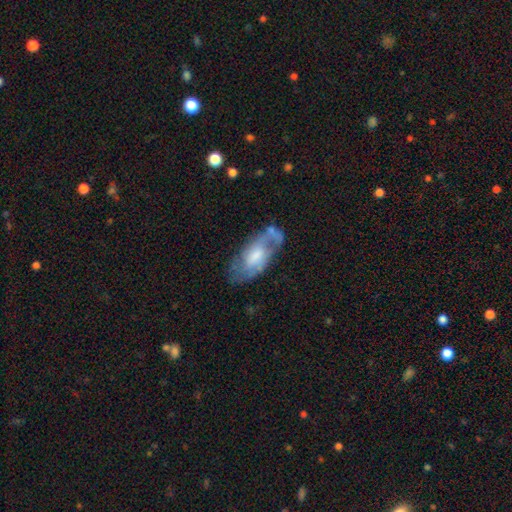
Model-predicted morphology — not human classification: Overall: featured or disk (66%; smooth 28%). Edge-on disk: no (90%). Bar: no (49%; weak 42%). Spiral arms: yes (78%). Bulge size: moderate (46%; small 23%). Merging: none (55%; minor disturbance 25%).